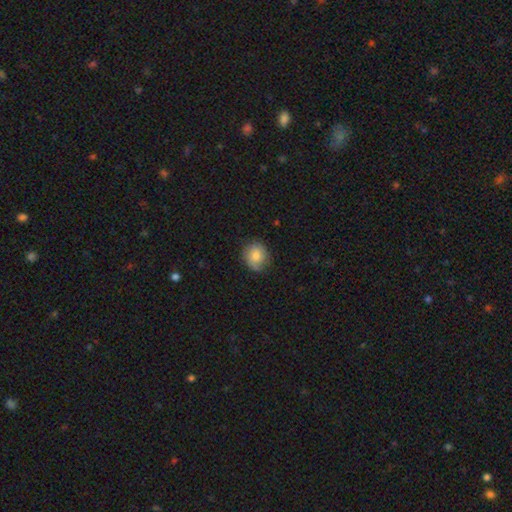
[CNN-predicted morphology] This is likely a smooth galaxy (80%). How rounded: likely round (76%). Merging: likely none (77%).